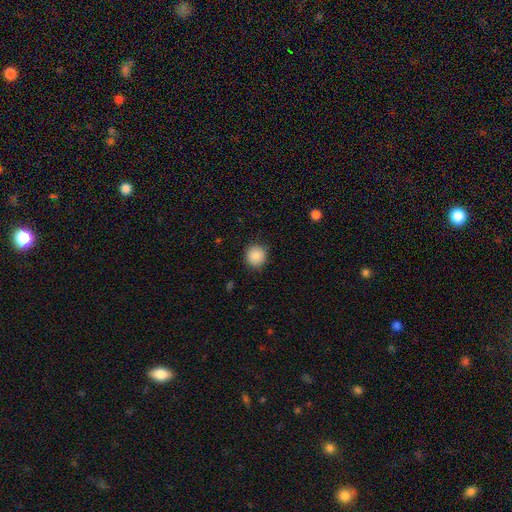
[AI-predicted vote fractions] A smooth galaxy with no disk features (86%) that is round (93%).

Vote fractions:
- Smooth or featured? smooth: 86% / star or artifact: 9% / featured or disk: 5%
- How rounded? round: 93% / in between: 6% / cigar-shaped: 1%
- Merging? none: 88% / minor disturbance: 8% / major disturbance: 2% / merger: 1%